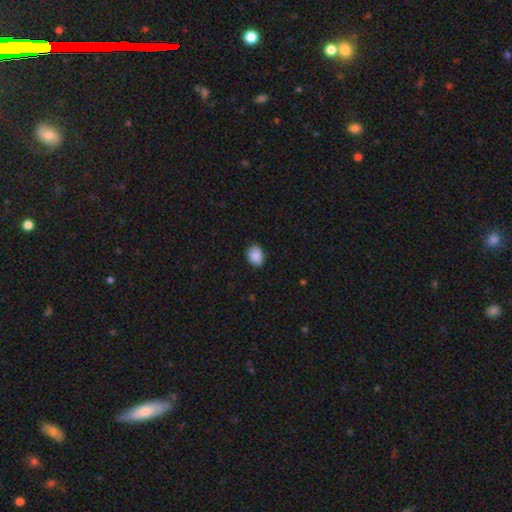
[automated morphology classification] smooth-or-featured: smooth: 88% | star or artifact: 7% | featured or disk: 4%
  how-rounded: in between: 68% | round: 31% | cigar-shaped: 1%
  merging: none: 81% | minor disturbance: 15% | major disturbance: 2% | merger: 1%